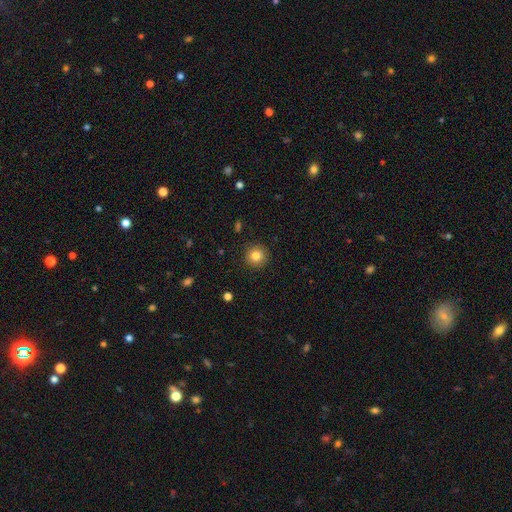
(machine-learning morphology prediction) Smooth or featured: smooth — 83% (star or artifact — 10%)
How rounded: round — 94% (in between — 5%)
Merging: none — 91% (minor disturbance — 6%)